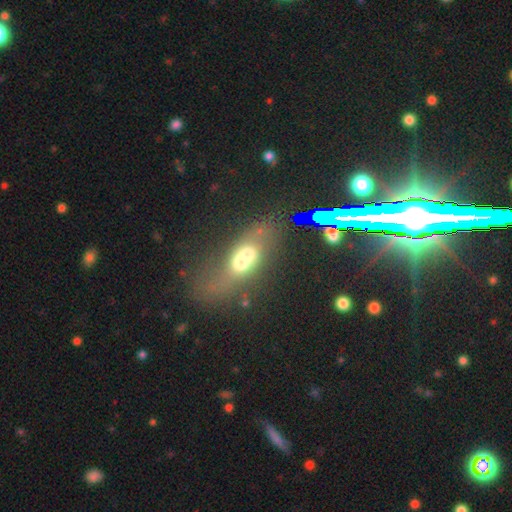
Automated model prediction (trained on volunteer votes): Smooth or featured? Predicted: featured or disk (p=0.43). Merging? Predicted: none (p=0.58).